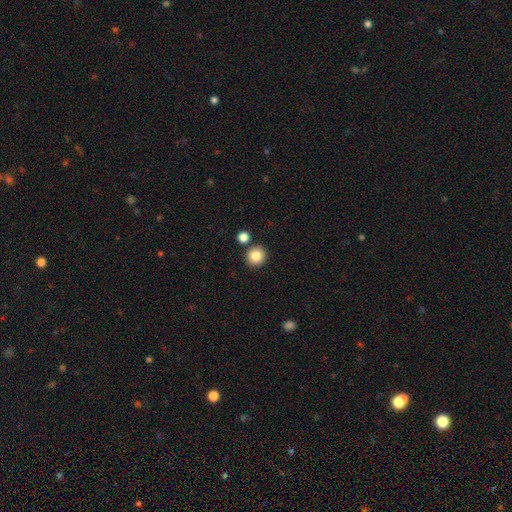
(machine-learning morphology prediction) Q: Smooth or featured?
A: smooth (85%); runner-up: star or artifact (10%)
Q: How rounded?
A: round (89%); runner-up: in between (10%)
Q: Merging?
A: none (85%); runner-up: merger (7%)